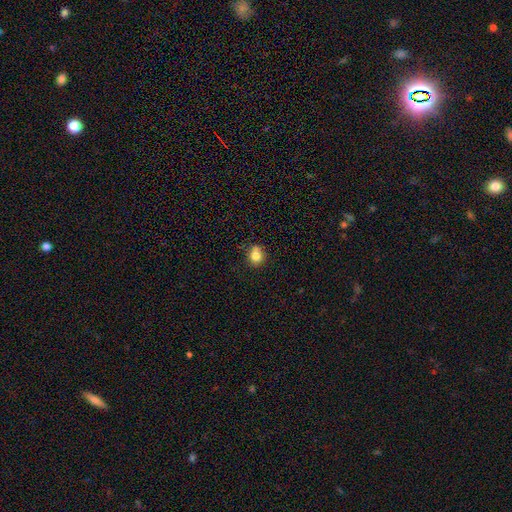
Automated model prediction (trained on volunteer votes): A smooth galaxy with no disk features (80%) that is round (69%).

Vote fractions:
- Smooth or featured? smooth: 80% / star or artifact: 11% / featured or disk: 9%
- How rounded? round: 69% / in between: 29% / cigar-shaped: 1%
- Merging? none: 66% / minor disturbance: 21% / merger: 8% / major disturbance: 5%